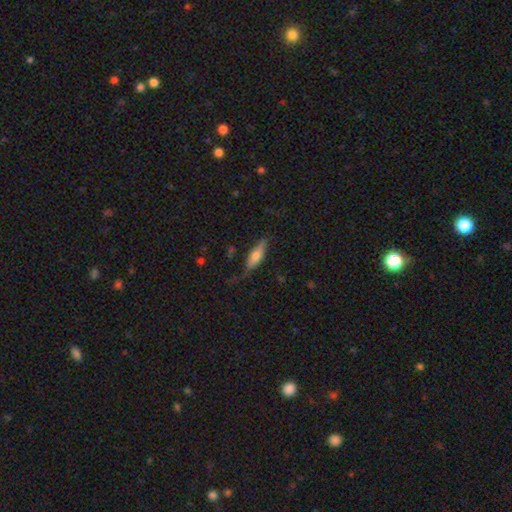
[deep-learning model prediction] Morphology: type=smooth (62%); roundness=cigar-shaped (53%); merging=none (60%).